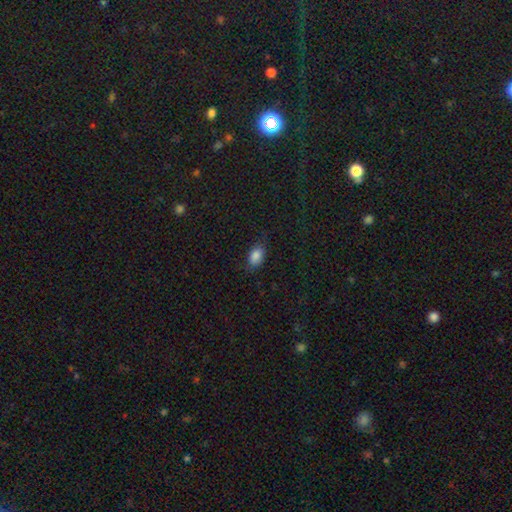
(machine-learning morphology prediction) smooth 85%, star or artifact 9%, featured or disk 6%. Down the decision tree: how rounded — in between (87%); merging — none (76%).